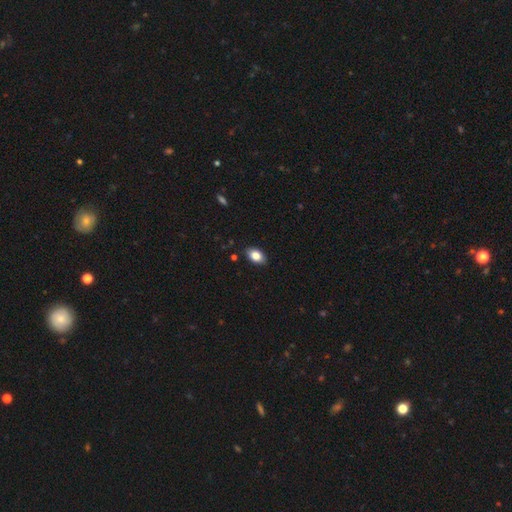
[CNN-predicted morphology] A smooth galaxy with no disk features (82%) that is in between round and cigar-shaped (89%).

Vote fractions:
- Smooth or featured? smooth: 82% / featured or disk: 10% / star or artifact: 8%
- How rounded? in between: 89% / round: 10% / cigar-shaped: 2%
- Merging? none: 88% / minor disturbance: 10% / major disturbance: 2% / merger: 1%